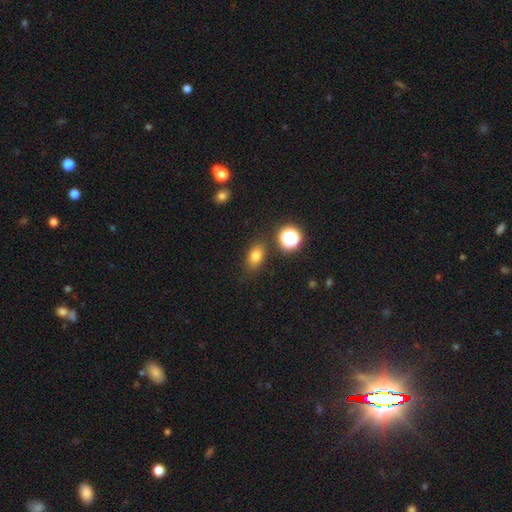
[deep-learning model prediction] smooth 78%, star or artifact 14%, featured or disk 8%. Down the decision tree: how rounded — in between (78%); merging — none (83%).